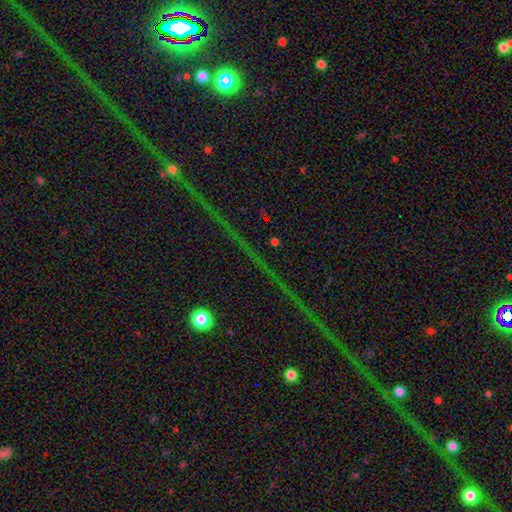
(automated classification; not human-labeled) smooth_or_featured: star or artifact (p=0.79) [alt: featured or disk p=0.12]